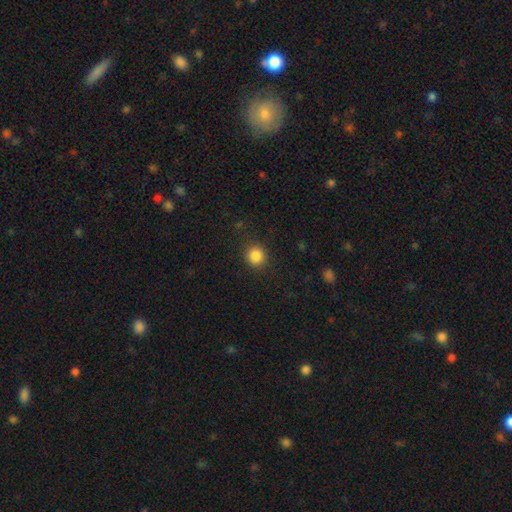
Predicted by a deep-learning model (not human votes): smooth_or_featured: smooth (p=0.86) [alt: star or artifact p=0.10]
how_rounded: round (p=0.89) [alt: in between p=0.10]
merging: none (p=0.89) [alt: minor disturbance p=0.07]